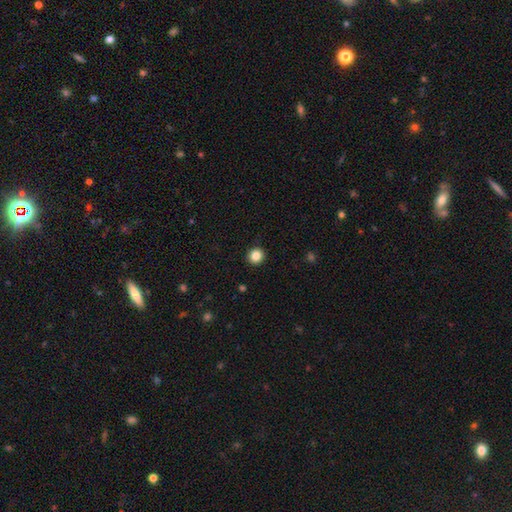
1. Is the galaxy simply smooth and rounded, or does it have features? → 88% smooth, 8% featured or disk, 5% star or artifact.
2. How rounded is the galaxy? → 91% round, 9% in between, 0% cigar-shaped.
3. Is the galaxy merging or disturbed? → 95% none, 5% minor disturbance, 0% major disturbance, 0% merger.